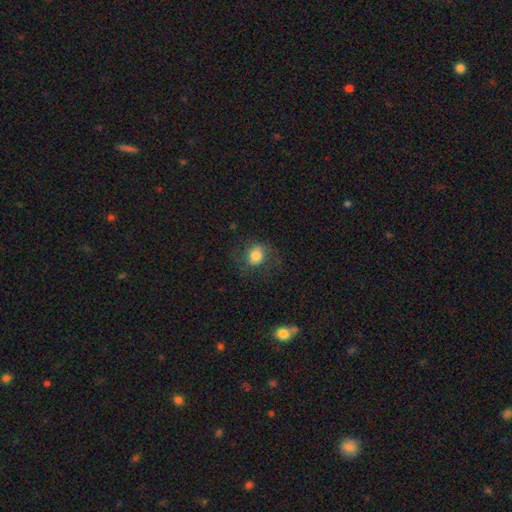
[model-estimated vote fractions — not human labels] Overall: smooth (72%). How rounded: round (65%; in between 34%). Merging: none (63%).